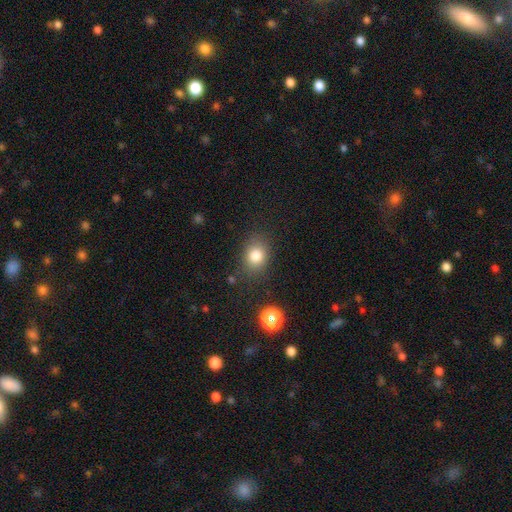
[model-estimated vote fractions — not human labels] This appears to be a smooth galaxy with no disk features (80%) that is in between round and cigar-shaped (53%). Merging: none (80%).